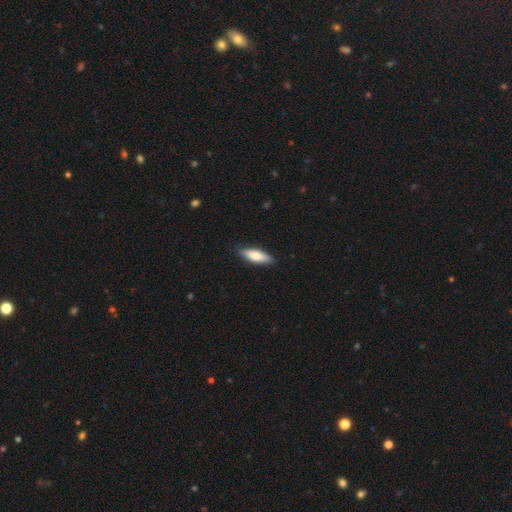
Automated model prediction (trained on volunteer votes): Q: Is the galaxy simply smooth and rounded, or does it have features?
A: smooth — 77%.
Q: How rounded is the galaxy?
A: in between — 51%.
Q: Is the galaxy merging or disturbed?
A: none — 87%.